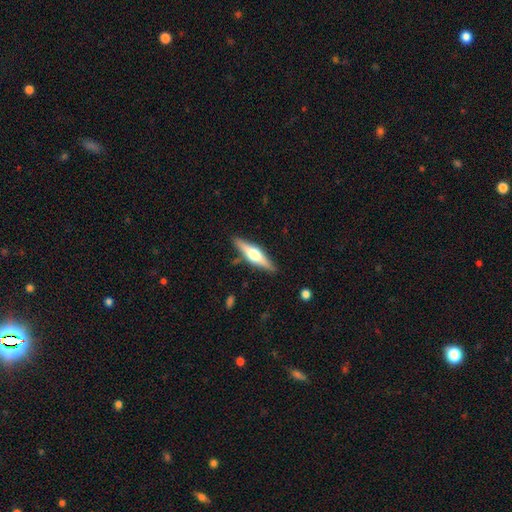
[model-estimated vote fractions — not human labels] smooth-or-featured: featured or disk: 62% | smooth: 31% | star or artifact: 6%
  disk-edge-on: yes: 94% | no: 6%
    edge-on-bulge: rounded: 92% | boxy: 5% | none: 3%
  merging: none: 89% | minor disturbance: 8% | major disturbance: 2% | merger: 1%